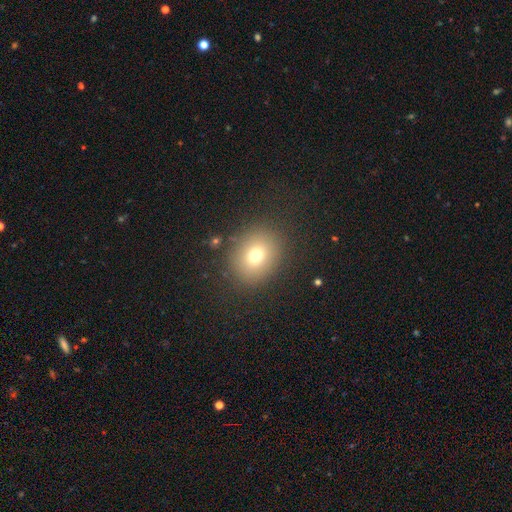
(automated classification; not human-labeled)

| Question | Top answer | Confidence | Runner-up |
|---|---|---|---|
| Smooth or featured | smooth | 73% | star or artifact (15%) |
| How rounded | round | 66% | in between (34%) |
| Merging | none | 86% | minor disturbance (8%) |